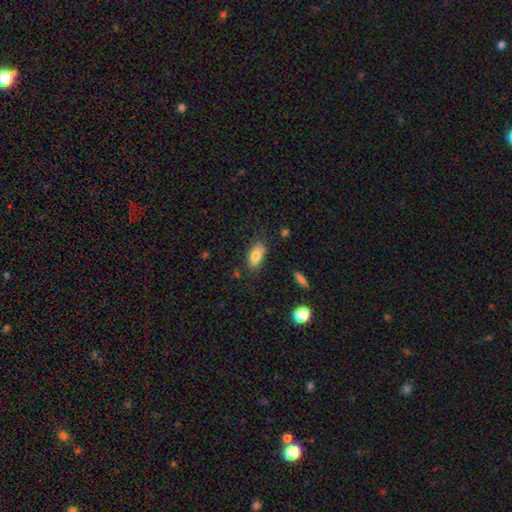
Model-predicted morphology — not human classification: A smooth galaxy with no disk features (78%) that is in between round and cigar-shaped (87%). Merging: none (74%).